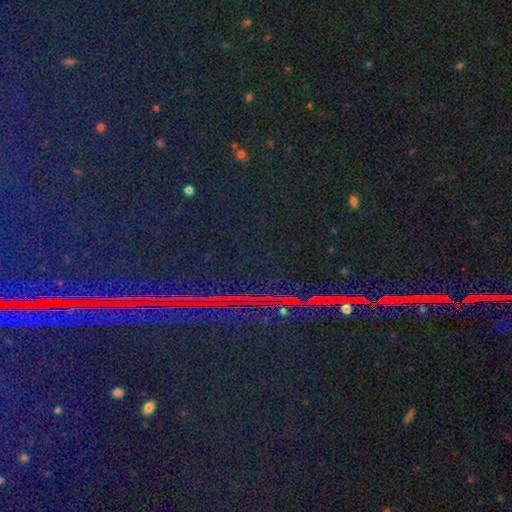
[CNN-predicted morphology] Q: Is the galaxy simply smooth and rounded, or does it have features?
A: star or artifact — 87%.